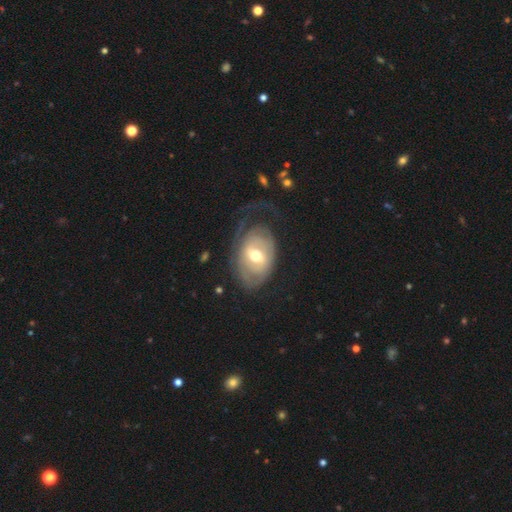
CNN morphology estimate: smooth_or_featured: featured or disk (p=0.69) [alt: smooth p=0.25]
disk_edge_on: no (p=0.94) [alt: yes p=0.06]
bar: weak (p=0.47) [alt: no p=0.32]
has_spiral_arms: yes (p=0.71) [alt: no p=0.29]
bulge_size: moderate (p=0.71) [alt: small p=0.17]
merging: none (p=0.45) [alt: major disturbance p=0.32]